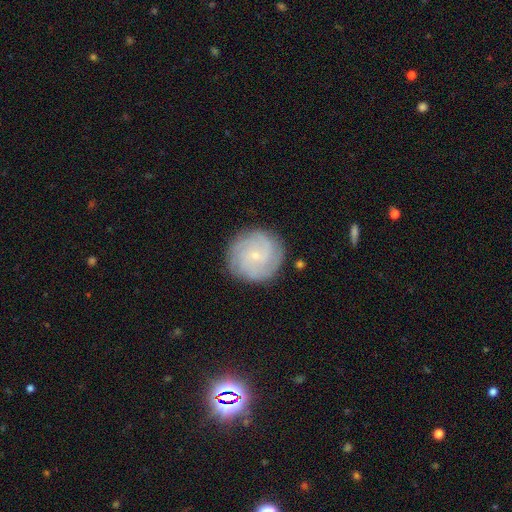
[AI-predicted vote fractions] This appears to be a featured or disk galaxy (69%) with no bar (75%), tight (68%) spiral arms (93%) and a small central bulge (85%). Merging: none (85%).